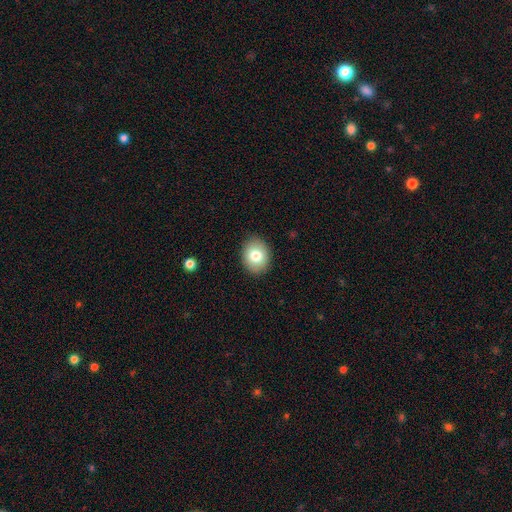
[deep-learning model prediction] Smooth or featured? Predicted: smooth (p=0.79). How rounded? Predicted: in between (p=0.51). Merging? Predicted: none (p=0.89).